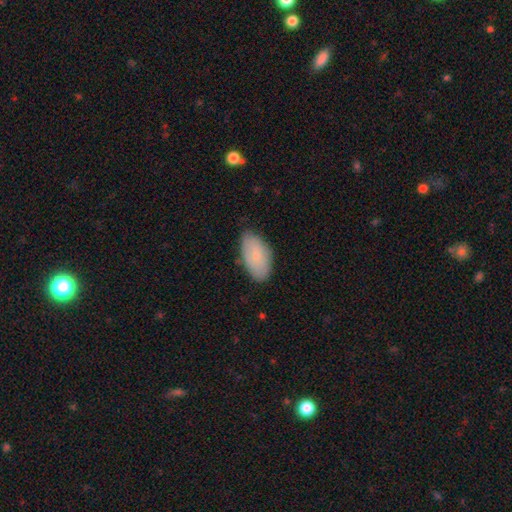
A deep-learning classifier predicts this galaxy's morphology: Smooth or featured? Predicted: smooth (p=0.77). How rounded? Predicted: in between (p=0.95). Merging? Predicted: none (p=0.76).